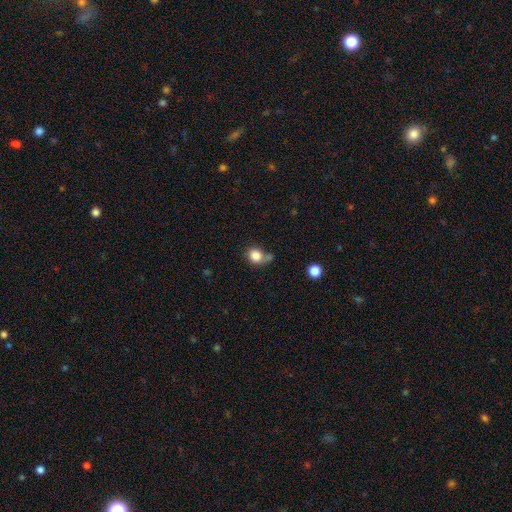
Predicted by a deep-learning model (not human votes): This appears to be a smooth galaxy with no disk features (84%) that is round (73%). Merging: none (55%).